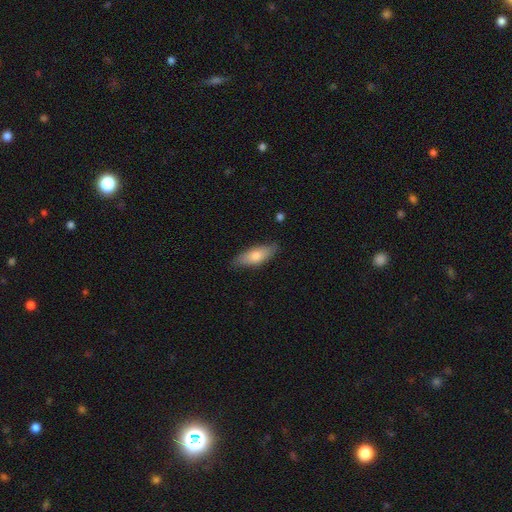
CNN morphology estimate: This is likely a smooth galaxy (71%). How rounded: likely in between (70%). Merging: likely none (79%).